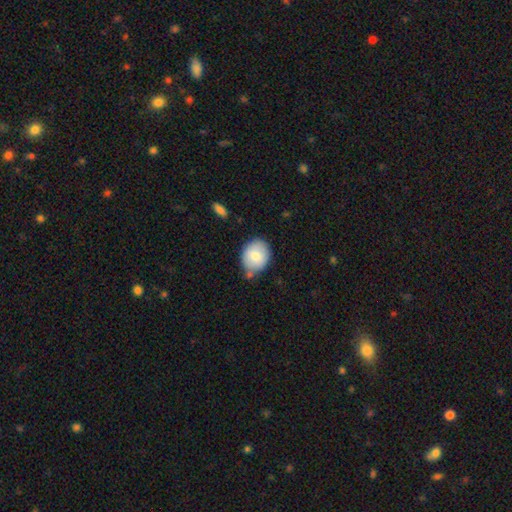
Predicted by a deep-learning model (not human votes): Q: Smooth or featured?
A: smooth (79%); runner-up: featured or disk (14%)
Q: How rounded?
A: round (55%); runner-up: in between (44%)
Q: Merging?
A: none (67%); runner-up: minor disturbance (21%)